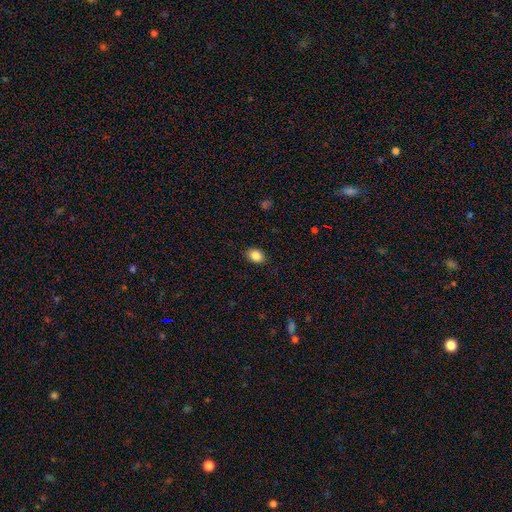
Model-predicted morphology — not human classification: smooth 86%, star or artifact 9%, featured or disk 5%. Down the decision tree: how rounded — in between (70%); merging — none (86%).